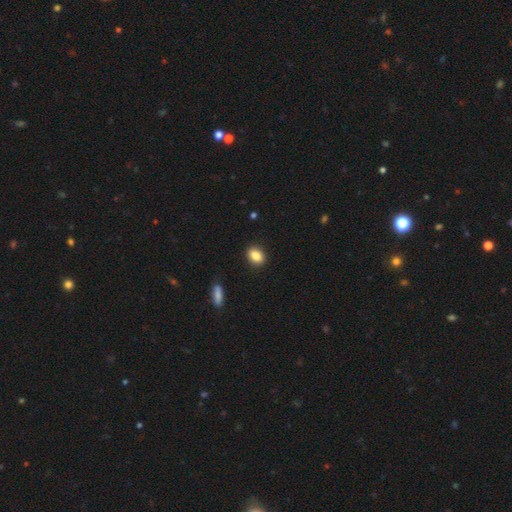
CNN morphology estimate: A smooth galaxy with no disk features (87%) that is in between round and cigar-shaped (66%). Merging: none (89%).